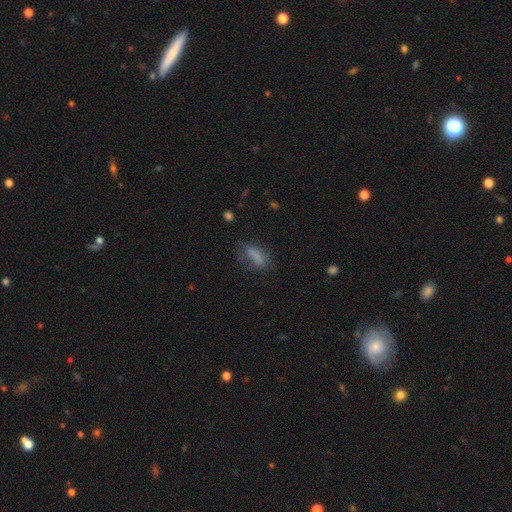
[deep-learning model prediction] Smooth or featured?
  - smooth: 76% *
  - featured or disk: 14%
  - star or artifact: 10%
How rounded?
  - in between: 58% *
  - cigar-shaped: 38%
  - round: 4%
Merging?
  - none: 59% *
  - minor disturbance: 24%
  - major disturbance: 14%
  - merger: 3%